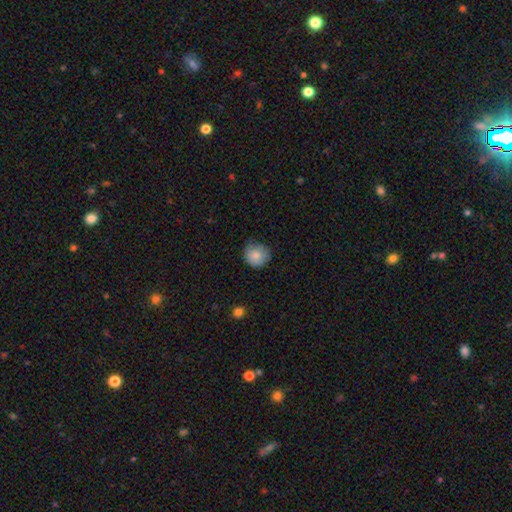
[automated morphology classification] smooth-or-featured: smooth: 82% | featured or disk: 10% | star or artifact: 8%
  how-rounded: round: 89% | in between: 10% | cigar-shaped: 1%
  merging: none: 69% | minor disturbance: 25% | major disturbance: 5% | merger: 1%